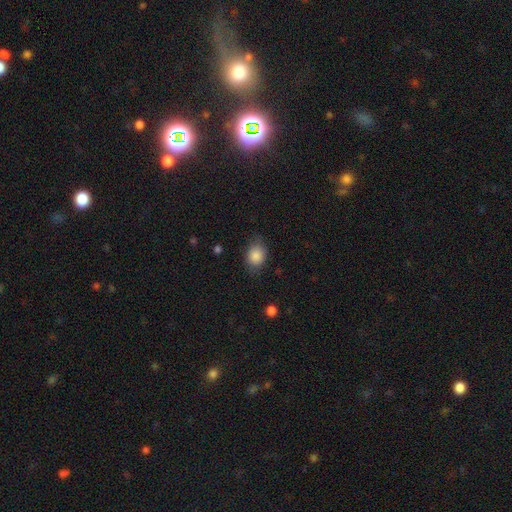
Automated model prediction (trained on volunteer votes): smooth 85%, star or artifact 8%, featured or disk 6%. Down the decision tree: how rounded — in between (60%); merging — none (72%).